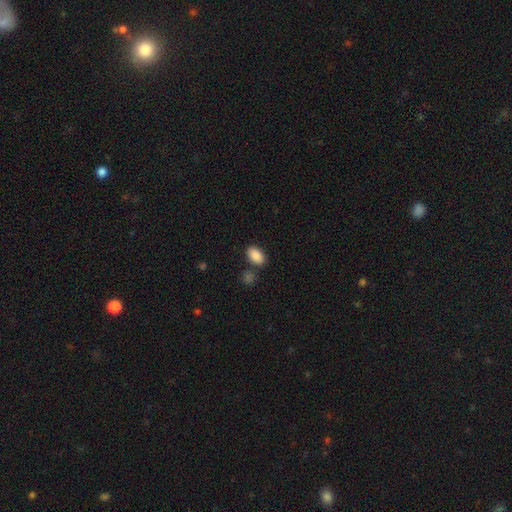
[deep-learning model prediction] This appears to be a smooth galaxy with no disk features (89%) that is in between round and cigar-shaped (92%). Merging: none (77%).